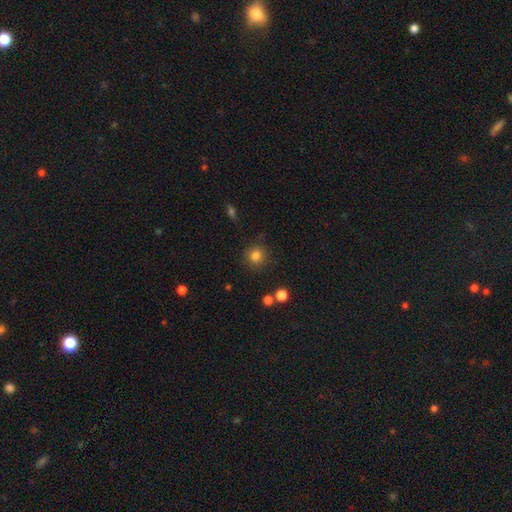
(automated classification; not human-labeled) A smooth galaxy with no disk features (82%) that is round (89%).

Vote fractions:
- Smooth or featured? smooth: 82% / star or artifact: 12% / featured or disk: 6%
- How rounded? round: 89% / in between: 10% / cigar-shaped: 1%
- Merging? none: 86% / minor disturbance: 9% / major disturbance: 3% / merger: 2%